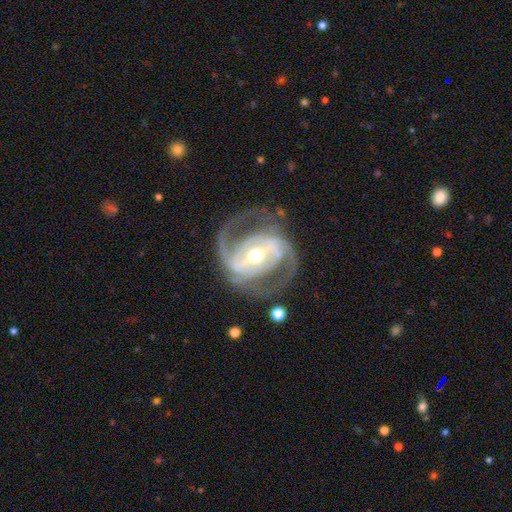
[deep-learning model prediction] Smooth or featured?
  - featured or disk: 91% *
  - smooth: 5%
  - star or artifact: 5%
Edge-on disk?
  - no: 97% *
  - yes: 3%
Bar?
  - strong: 57% *
  - weak: 30%
  - no: 12%
Spiral arms?
  - yes: 96% *
  - no: 4%
Spiral winding?
  - medium: 54% *
  - tight: 28%
  - loose: 18%
Spiral arm count?
  - 2: 84% *
  - 3: 6%
  - can't tell: 4%
  - 1: 2%
  - 4: 2%
  - more than 4: 1%
Bulge size?
  - moderate: 61% *
  - small: 32%
  - large: 5%
  - dominant: 1%
  - none: 1%
Merging?
  - none: 74% *
  - minor disturbance: 14%
  - major disturbance: 10%
  - merger: 2%